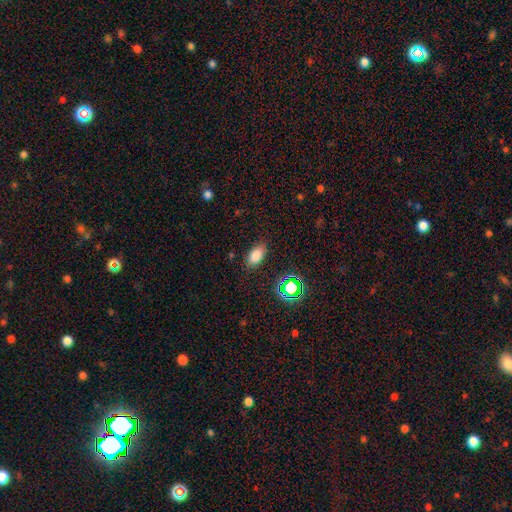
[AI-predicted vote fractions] smooth-or-featured: smooth: 77% | star or artifact: 15% | featured or disk: 8%
  how-rounded: in between: 88% | round: 6% | cigar-shaped: 5%
  merging: none: 84% | minor disturbance: 11% | major disturbance: 3% | merger: 2%